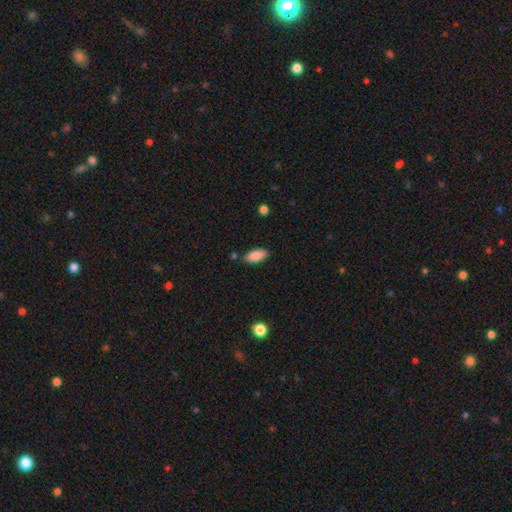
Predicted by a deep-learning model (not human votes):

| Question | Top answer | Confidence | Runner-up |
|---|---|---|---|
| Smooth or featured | smooth | 88% | star or artifact (7%) |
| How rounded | in between | 89% | cigar-shaped (10%) |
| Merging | none | 81% | minor disturbance (13%) |